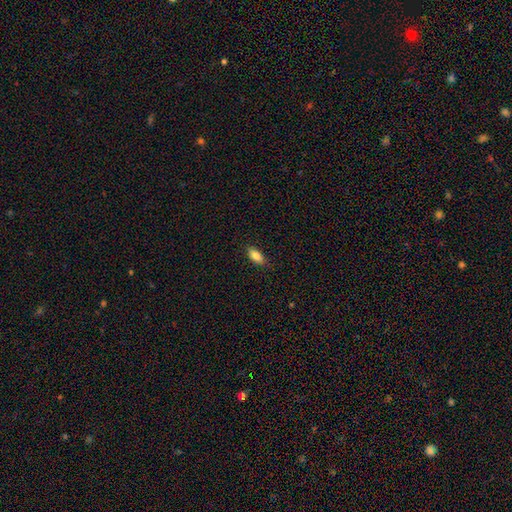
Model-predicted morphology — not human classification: smooth_or_featured: smooth (p=0.86) [alt: star or artifact p=0.07]
how_rounded: in between (p=0.85) [alt: cigar-shaped p=0.12]
merging: none (p=0.85) [alt: minor disturbance p=0.12]